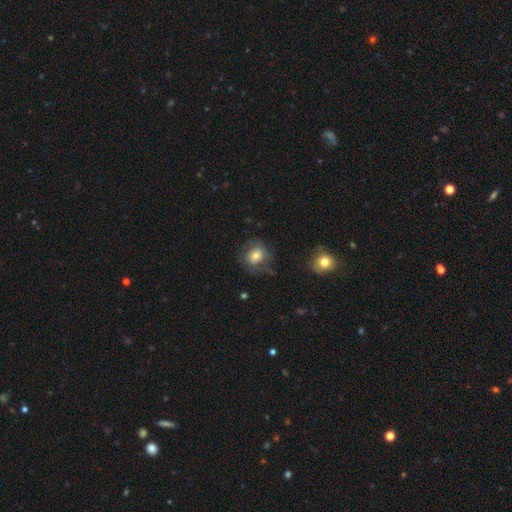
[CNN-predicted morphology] type=smooth (49%); merging=none (58%).